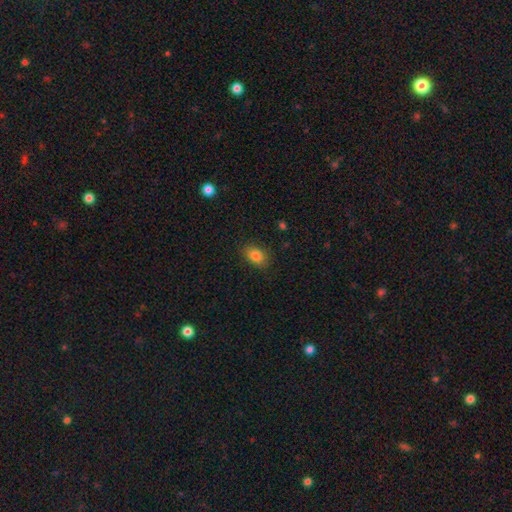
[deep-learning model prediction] Overall: smooth (83%). How rounded: in between (74%). Merging: none (85%).